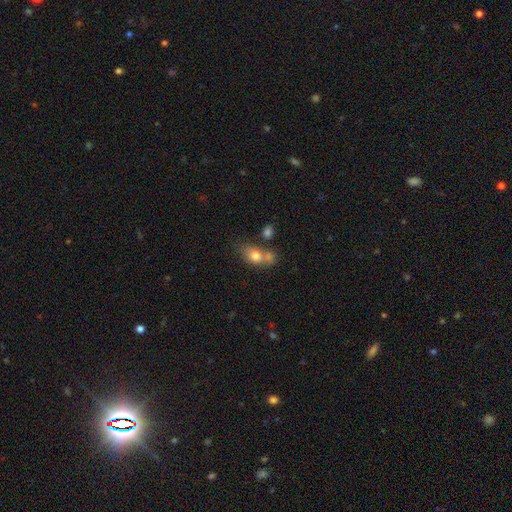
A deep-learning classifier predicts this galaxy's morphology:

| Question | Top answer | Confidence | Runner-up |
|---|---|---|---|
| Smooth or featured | smooth | 77% | featured or disk (14%) |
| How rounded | in between | 64% | round (33%) |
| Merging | none | 39% | tied: merger (39%) |